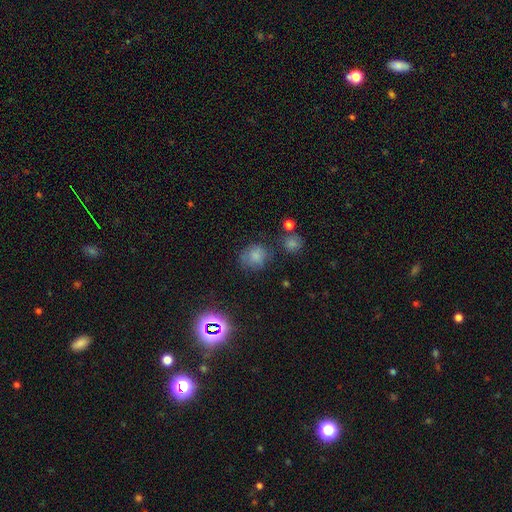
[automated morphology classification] Overall: smooth (75%). How rounded: round (75%). Merging: none (65%).